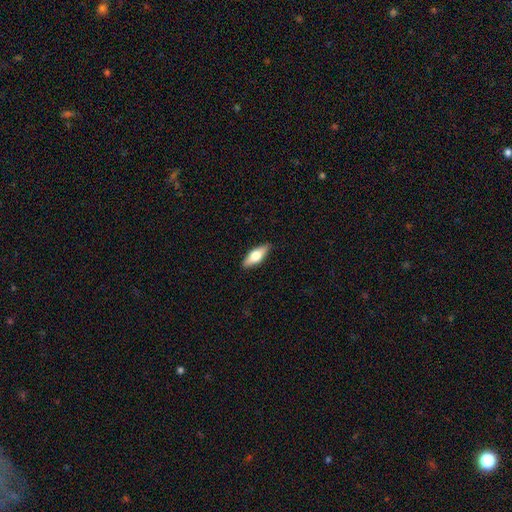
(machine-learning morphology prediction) smooth 58%, featured or disk 36%, star or artifact 6%. Down the decision tree: how rounded — in between (66%); merging — none (88%).